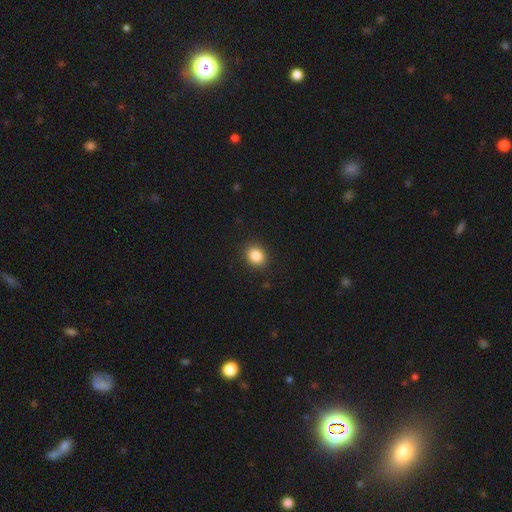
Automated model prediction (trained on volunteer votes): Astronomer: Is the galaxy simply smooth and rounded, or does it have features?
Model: smooth — 86%.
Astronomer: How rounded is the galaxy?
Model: round — 62%.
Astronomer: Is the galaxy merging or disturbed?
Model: none — 89%.